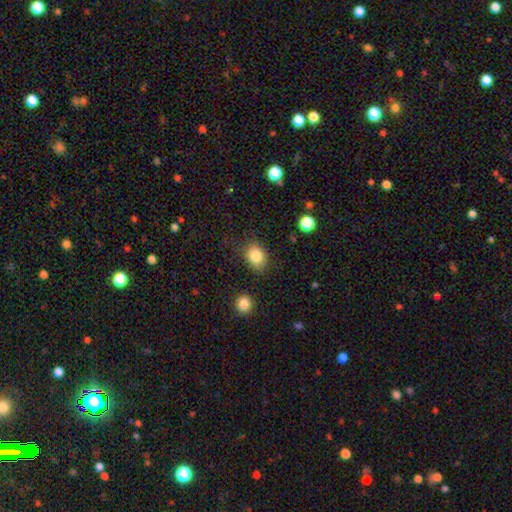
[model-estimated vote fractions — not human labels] This appears to be a smooth galaxy with no disk features (84%) that is in between round and cigar-shaped (58%). Merging: none (77%).